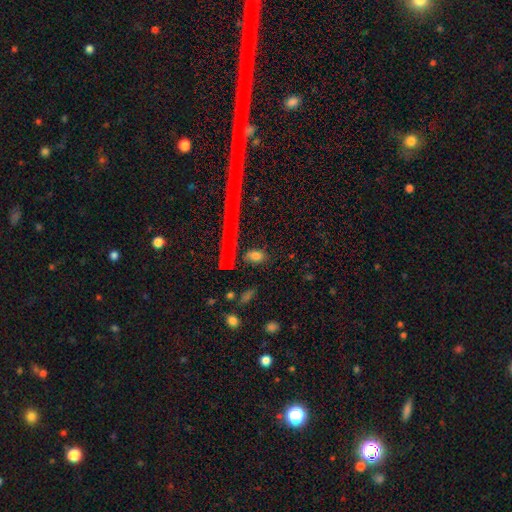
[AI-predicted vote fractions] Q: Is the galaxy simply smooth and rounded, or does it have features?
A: smooth — 75%.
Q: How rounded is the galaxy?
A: in between — 65%.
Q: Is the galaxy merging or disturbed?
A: none — 79%.